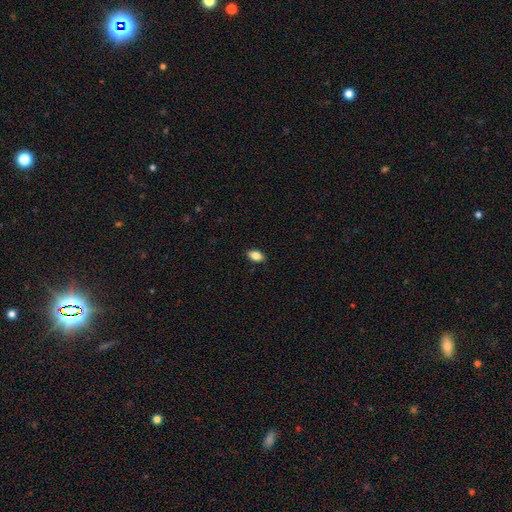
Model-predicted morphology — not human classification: Smooth or featured: smooth — 83% (featured or disk — 9%)
How rounded: in between — 89% (round — 6%)
Merging: none — 89% (minor disturbance — 9%)